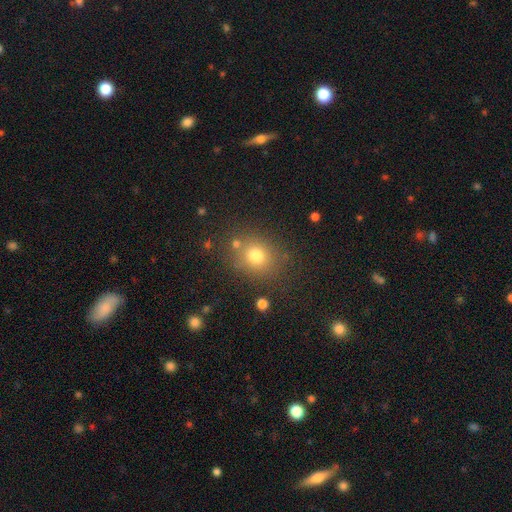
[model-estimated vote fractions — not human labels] Smooth or featured? smooth (75%)
How rounded? round (72%)
Merging? none (78%)